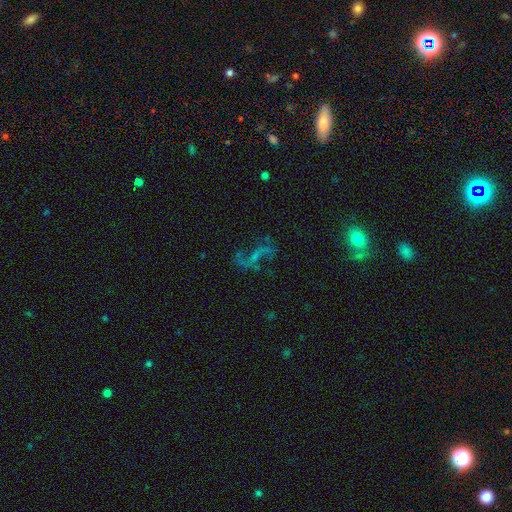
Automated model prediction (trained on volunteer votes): Smooth or featured?
  - featured or disk: 65% *
  - star or artifact: 20%
  - smooth: 15%
Edge-on disk?
  - no: 96% *
  - yes: 4%
Bar?
  - no: 44% *
  - weak: 36%
  - strong: 19%
Spiral arms?
  - yes: 79% *
  - no: 21%
Bulge size?
  - none: 53% *
  - small: 33%
  - moderate: 11%
  - large: 2%
  - dominant: 1%
Merging?
  - none: 56% *
  - major disturbance: 23%
  - minor disturbance: 16%
  - merger: 6%